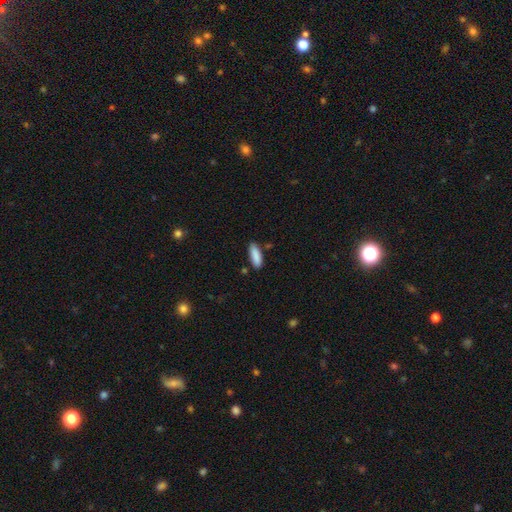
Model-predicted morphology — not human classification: Smooth or featured?
  - smooth: 89% *
  - star or artifact: 6%
  - featured or disk: 5%
How rounded?
  - in between: 54% *
  - cigar-shaped: 44%
  - round: 2%
Merging?
  - none: 82% *
  - minor disturbance: 12%
  - merger: 3%
  - major disturbance: 2%